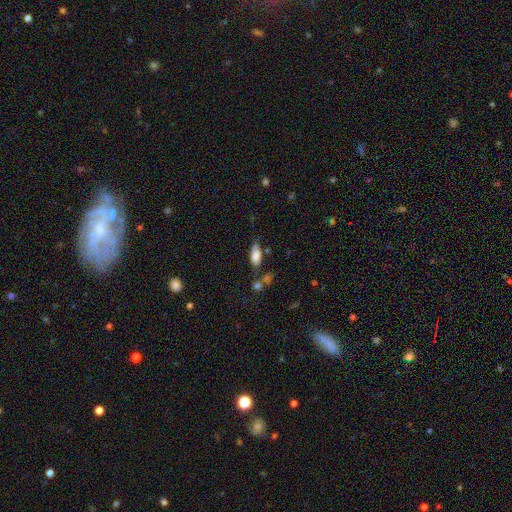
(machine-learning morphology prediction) Smooth or featured: smooth — 80% (featured or disk — 11%)
How rounded: in between — 77% (cigar-shaped — 20%)
Merging: none — 54% (minor disturbance — 25%)